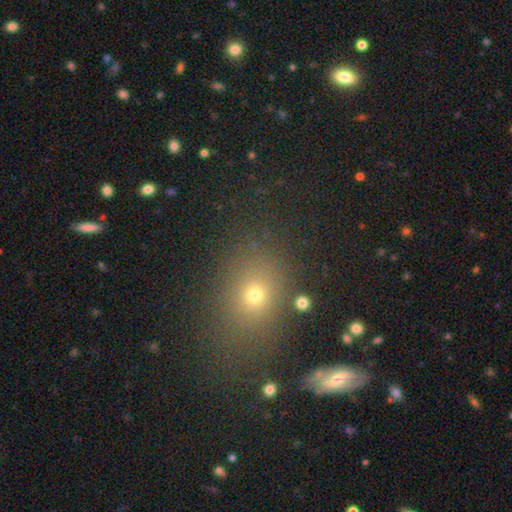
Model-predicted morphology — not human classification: smooth-or-featured: smooth: 60% | star or artifact: 29% | featured or disk: 11%
  how-rounded: in between: 61% | round: 37% | cigar-shaped: 2%
  merging: none: 82% | minor disturbance: 10% | major disturbance: 4% | merger: 4%